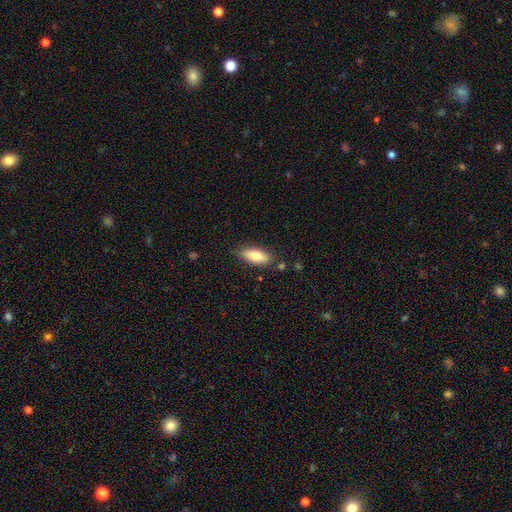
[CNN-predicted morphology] Smooth or featured? smooth (80%)
How rounded? in between (77%)
Merging? none (82%)